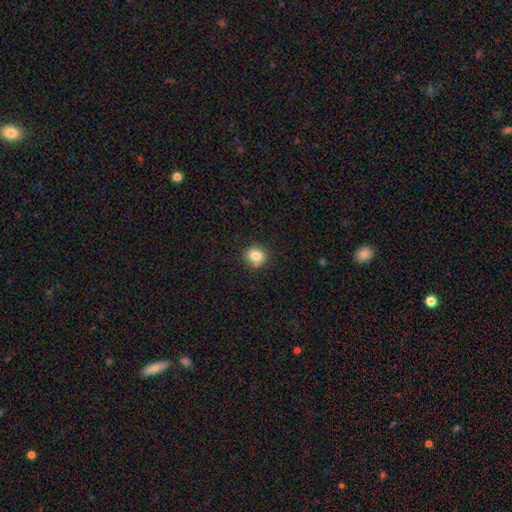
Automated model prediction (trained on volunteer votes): smooth 83%, star or artifact 10%, featured or disk 6%. Down the decision tree: how rounded — round (81%); merging — none (85%).